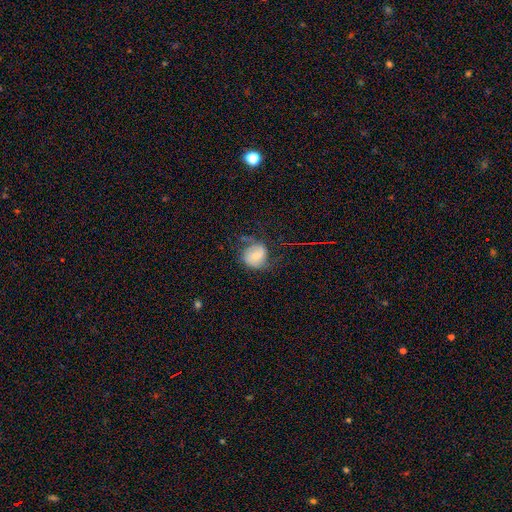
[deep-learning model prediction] Smooth or featured?
  - smooth: 49% *
  - featured or disk: 42%
  - star or artifact: 10%
Merging?
  - none: 54% *
  - minor disturbance: 25%
  - major disturbance: 19%
  - merger: 2%